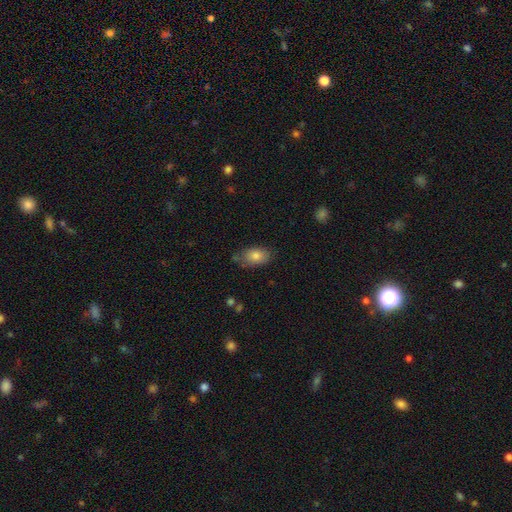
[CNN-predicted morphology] The model was most divided on "merging": none: 70%, minor disturbance: 22%, major disturbance: 5%, merger: 3%. More confident: how rounded — in between (88%); smooth or featured — smooth (80%).